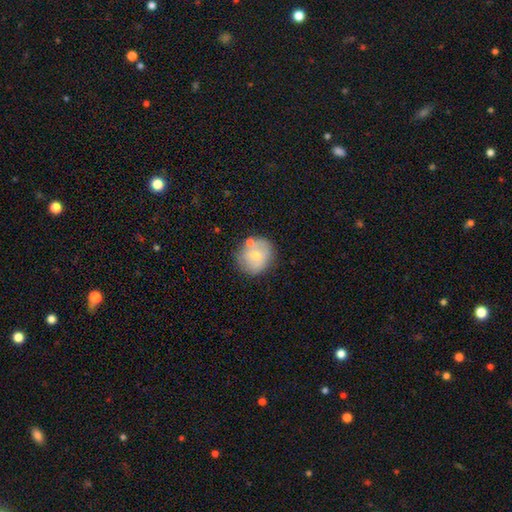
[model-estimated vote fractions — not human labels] Smooth or featured? smooth (66%)
How rounded? round (84%)
Merging? none (64%)